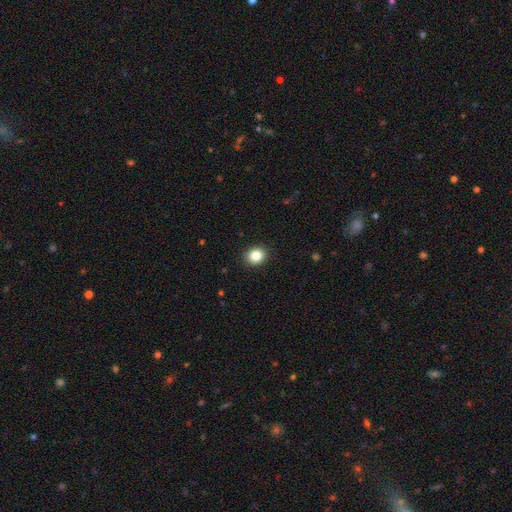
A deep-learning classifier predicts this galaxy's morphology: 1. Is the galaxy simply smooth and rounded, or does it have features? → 85% smooth, 10% star or artifact, 5% featured or disk.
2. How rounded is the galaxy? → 69% round, 30% in between, 1% cigar-shaped.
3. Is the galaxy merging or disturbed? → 90% none, 7% minor disturbance, 2% major disturbance, 1% merger.